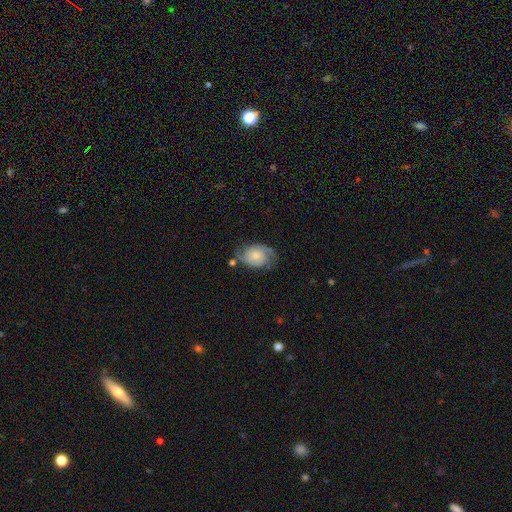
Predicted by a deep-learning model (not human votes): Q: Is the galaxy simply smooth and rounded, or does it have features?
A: featured or disk — 62%.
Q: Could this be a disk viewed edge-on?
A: no — 97%.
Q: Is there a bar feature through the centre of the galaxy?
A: no — 72%.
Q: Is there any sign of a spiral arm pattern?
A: yes — 89%.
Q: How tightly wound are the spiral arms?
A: medium — 43%.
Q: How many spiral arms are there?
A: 2 — 83%.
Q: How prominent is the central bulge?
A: moderate — 38%, tied with small.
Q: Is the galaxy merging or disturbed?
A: none — 58%.